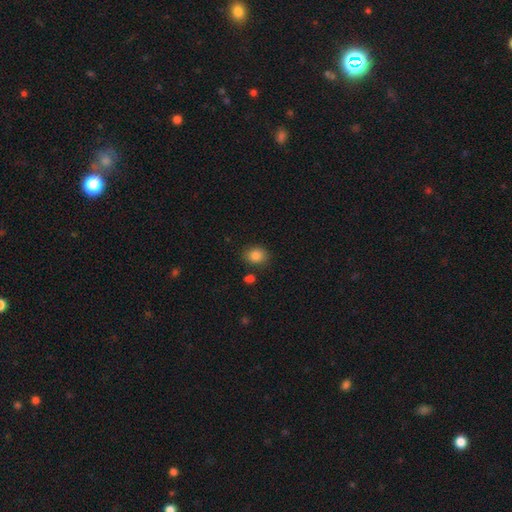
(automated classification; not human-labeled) A smooth galaxy with no disk features (84%) that is round (58%). Merging: none (82%).